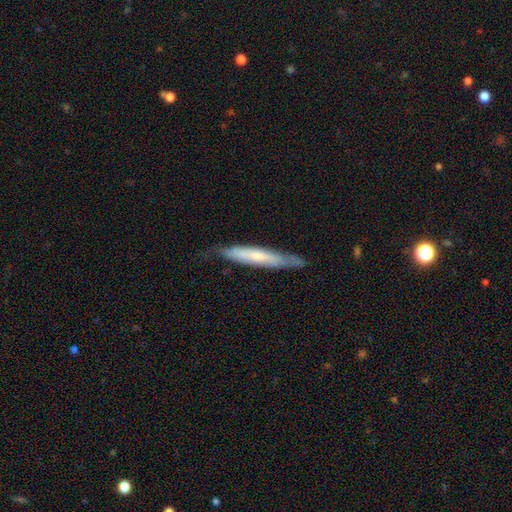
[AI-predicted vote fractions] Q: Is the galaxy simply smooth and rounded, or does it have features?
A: smooth — 48%.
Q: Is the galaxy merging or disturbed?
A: none — 72%.